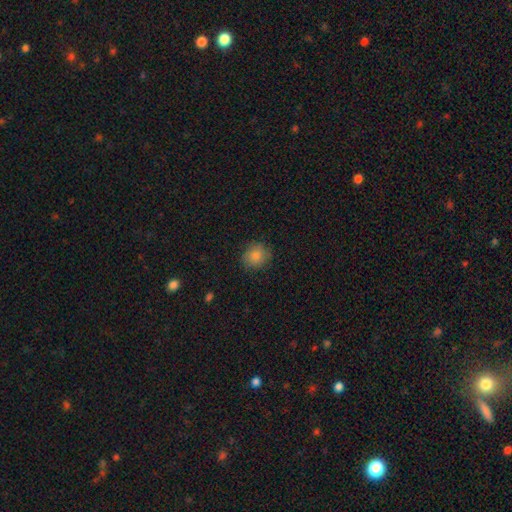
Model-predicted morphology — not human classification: smooth_or_featured: smooth (p=0.83) [alt: star or artifact p=0.09]
how_rounded: round (p=0.84) [alt: in between p=0.15]
merging: none (p=0.85) [alt: minor disturbance p=0.12]